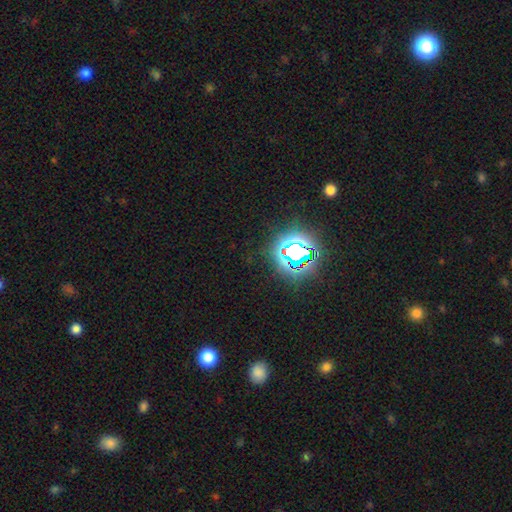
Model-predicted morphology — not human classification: This is likely a star or artifact rather than a galaxy (77%).